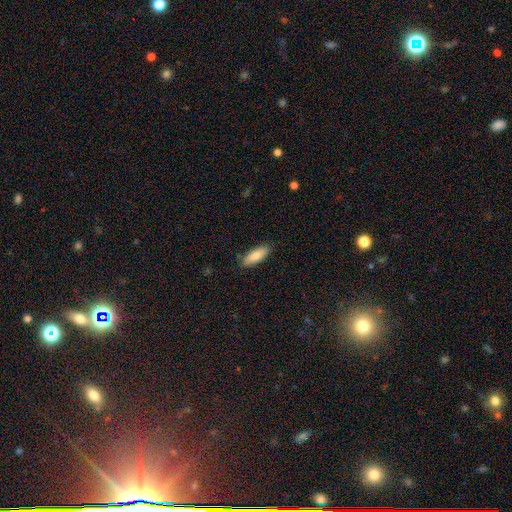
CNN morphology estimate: This is clearly a smooth galaxy (83%). How rounded: likely in between (64%). Merging: clearly none (87%).